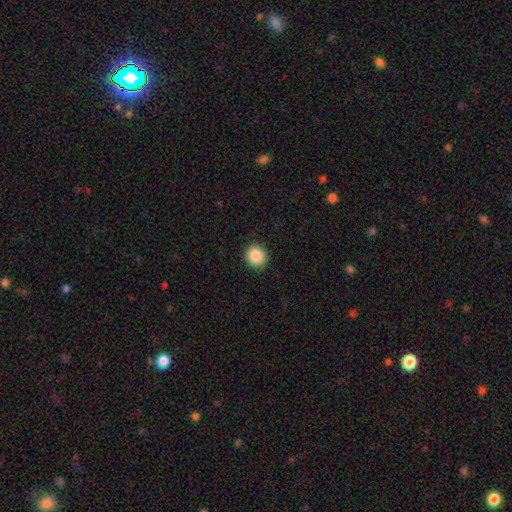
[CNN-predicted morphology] The model was most divided on "how rounded": round: 85%, in between: 14%, cigar-shaped: 1%. More confident: merging — none (91%); smooth or featured — smooth (87%).